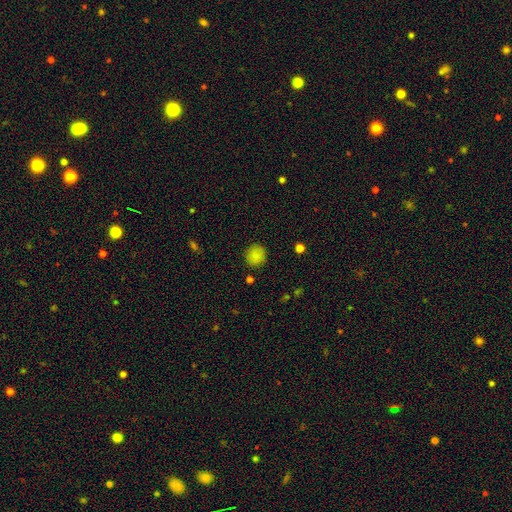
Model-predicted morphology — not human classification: smooth_or_featured: smooth (p=0.86) [alt: star or artifact p=0.10]
how_rounded: round (p=0.87) [alt: in between p=0.12]
merging: none (p=0.88) [alt: minor disturbance p=0.08]